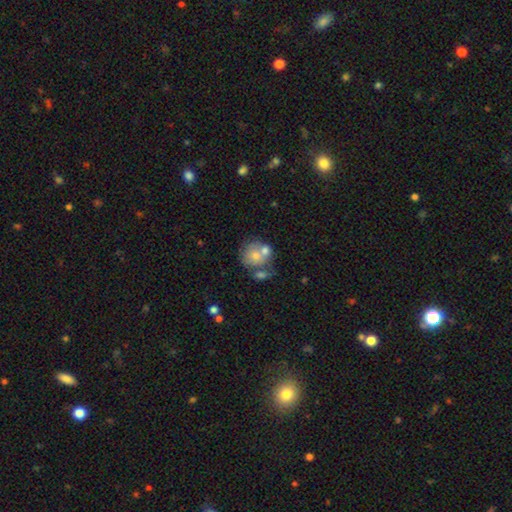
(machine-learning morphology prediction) Smooth or featured?
  - smooth: 60% *
  - featured or disk: 30%
  - star or artifact: 10%
How rounded?
  - round: 78% *
  - in between: 21%
  - cigar-shaped: 1%
Merging?
  - none: 40% *
  - merger: 37%
  - minor disturbance: 15%
  - major disturbance: 8%